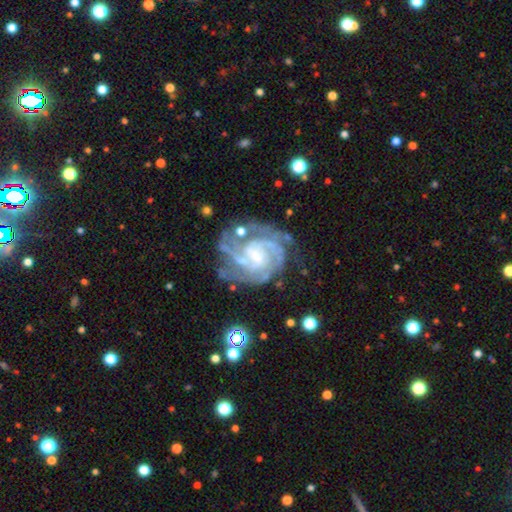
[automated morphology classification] type=featured or disk (88%); edge-on=no (98%); bar=weak (48%); spiral arms=yes (96%); winding=tight (56%); arm count=3 (26%); bulge=small (49%); merging=none (60%).